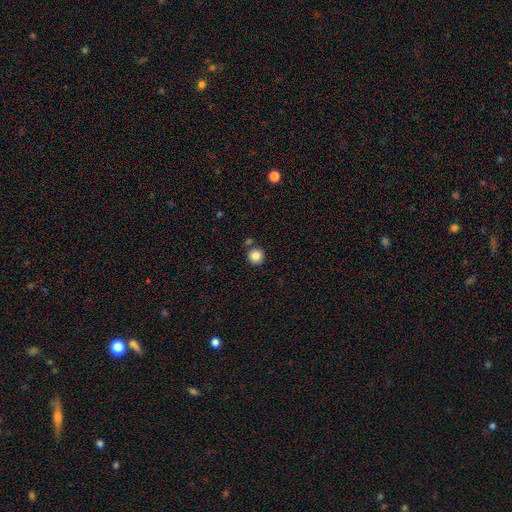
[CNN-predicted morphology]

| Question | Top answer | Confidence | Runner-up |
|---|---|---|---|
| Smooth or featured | smooth | 85% | star or artifact (10%) |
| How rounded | round | 95% | in between (4%) |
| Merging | none | 83% | merger (8%) |